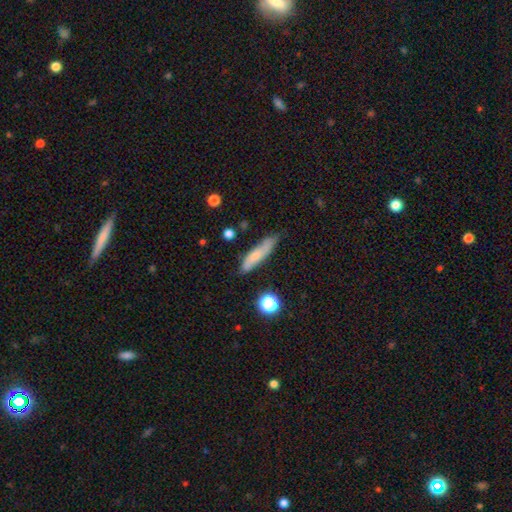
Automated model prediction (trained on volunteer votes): Overall: smooth (64%; featured or disk 28%). How rounded: cigar-shaped (75%). Merging: none (74%).